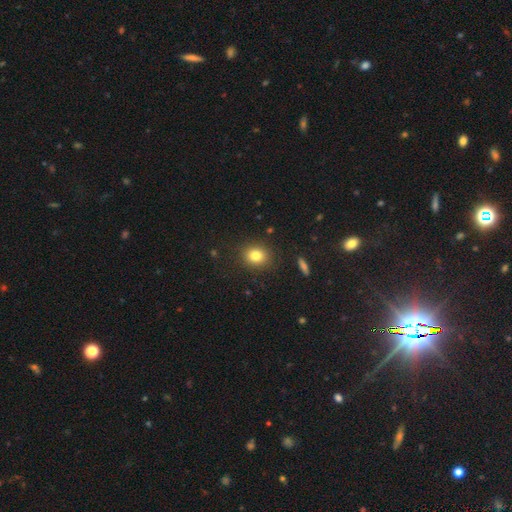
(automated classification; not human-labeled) smooth-or-featured: smooth: 81% | star or artifact: 11% | featured or disk: 7%
  how-rounded: round: 67% | in between: 32% | cigar-shaped: 1%
  merging: none: 88% | minor disturbance: 8% | major disturbance: 3% | merger: 1%